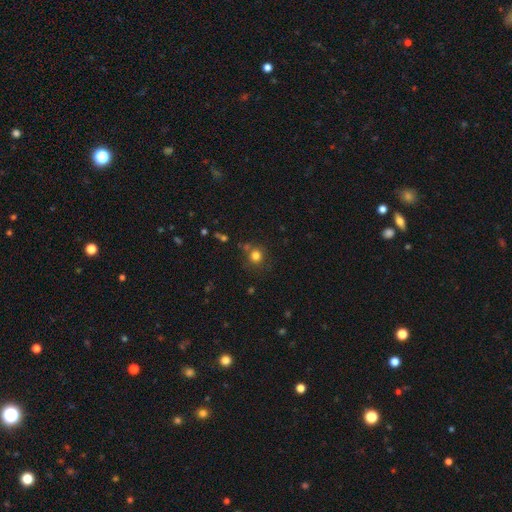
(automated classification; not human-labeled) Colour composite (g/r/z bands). It shows a smooth galaxy with no disk features (79%) that is round (90%). Merging: none (73%).